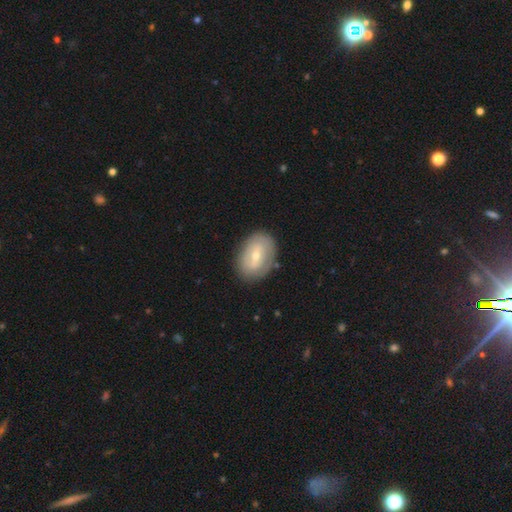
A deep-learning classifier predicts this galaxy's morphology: smooth_or_featured: featured or disk (p=0.49) [alt: smooth p=0.44]
merging: none (p=0.82) [alt: minor disturbance p=0.13]